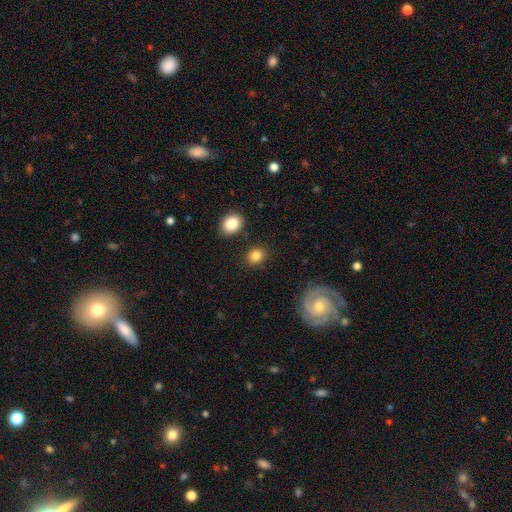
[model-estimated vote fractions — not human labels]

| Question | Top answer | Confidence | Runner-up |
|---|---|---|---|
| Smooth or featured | smooth | 84% | star or artifact (10%) |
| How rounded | round | 67% | in between (32%) |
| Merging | none | 86% | minor disturbance (8%) |